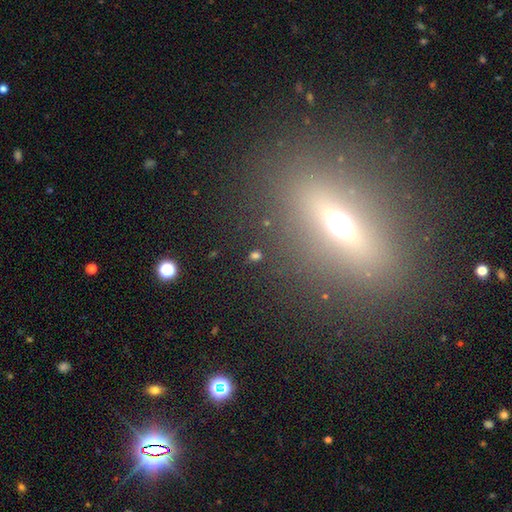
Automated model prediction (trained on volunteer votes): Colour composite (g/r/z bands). It shows a smooth galaxy with no disk features (38%). Merging: none (83%).